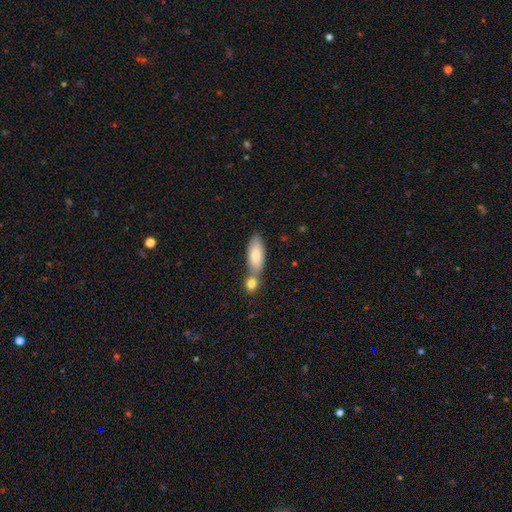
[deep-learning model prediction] Overall: smooth (79%). How rounded: in between (76%). Merging: none (48%; merger 36%).